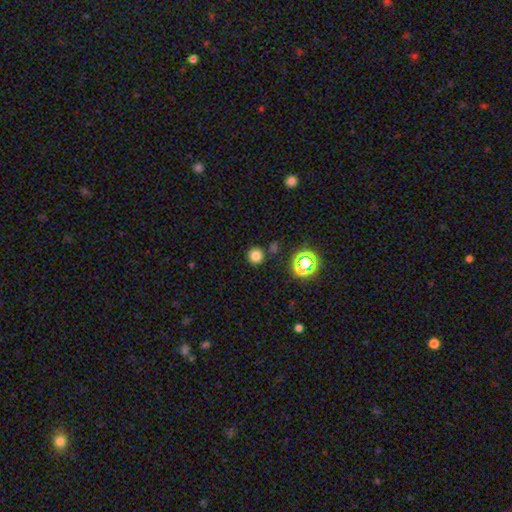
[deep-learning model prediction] Smooth or featured?
  - smooth: 76% *
  - star or artifact: 18%
  - featured or disk: 5%
How rounded?
  - round: 94% *
  - in between: 5%
  - cigar-shaped: 1%
Merging?
  - none: 85% *
  - minor disturbance: 7%
  - merger: 6%
  - major disturbance: 3%